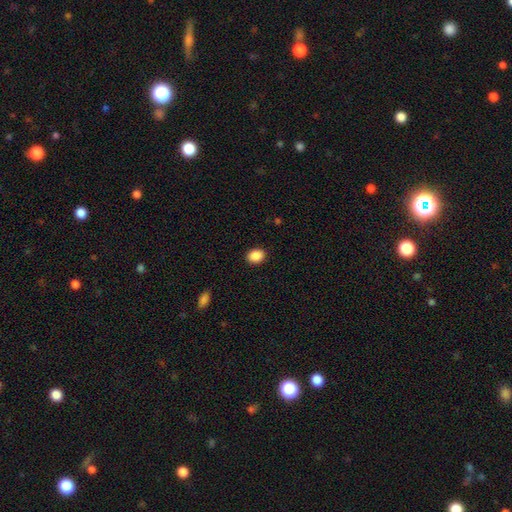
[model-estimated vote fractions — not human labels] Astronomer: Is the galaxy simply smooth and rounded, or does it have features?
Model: smooth — 89%.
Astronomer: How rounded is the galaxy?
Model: in between — 64%.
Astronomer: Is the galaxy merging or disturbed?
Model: none — 90%.